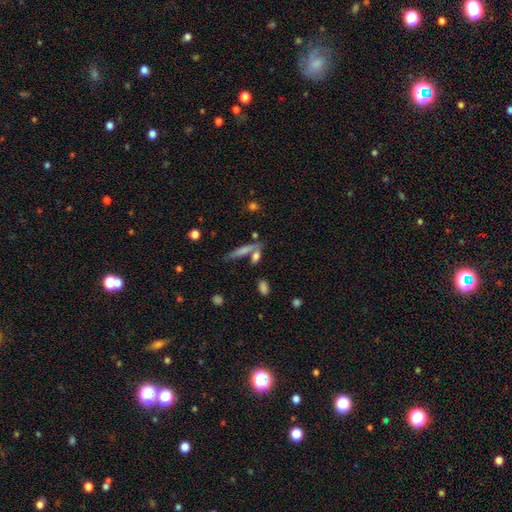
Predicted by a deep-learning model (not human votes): Smooth or featured: smooth — 70% (featured or disk — 20%)
How rounded: cigar-shaped — 65% (in between — 31%)
Merging: none — 55% (merger — 27%)